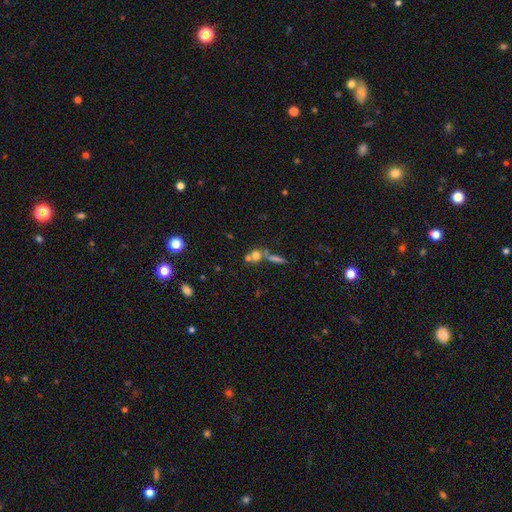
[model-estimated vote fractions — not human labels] Smooth or featured?
  - smooth: 62% *
  - featured or disk: 19%
  - star or artifact: 19%
How rounded?
  - round: 65% *
  - in between: 26%
  - cigar-shaped: 9%
Merging?
  - none: 43% *
  - merger: 42%
  - minor disturbance: 9%
  - major disturbance: 6%